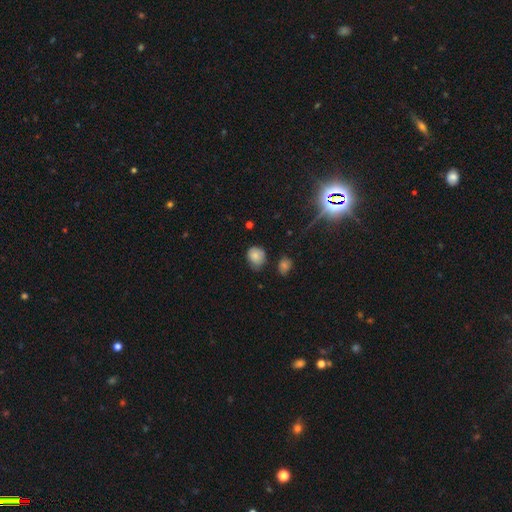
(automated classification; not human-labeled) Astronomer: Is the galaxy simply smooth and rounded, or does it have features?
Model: smooth — 77%.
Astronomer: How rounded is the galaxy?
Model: round — 66%.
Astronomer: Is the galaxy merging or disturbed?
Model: none — 56% (runner-up: minor disturbance, 33%).